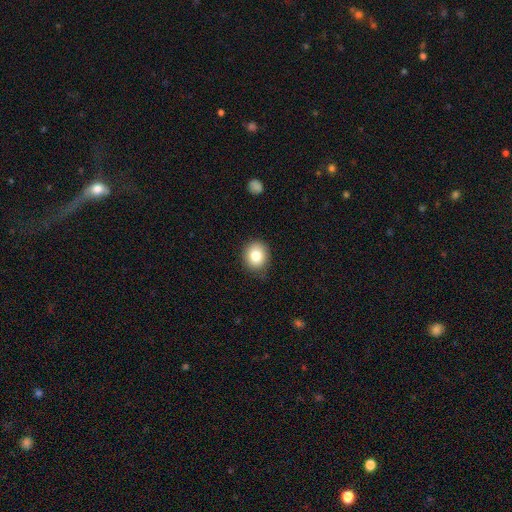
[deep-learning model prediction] smooth 80%, star or artifact 10%, featured or disk 10%. Down the decision tree: how rounded — round (77%); merging — none (82%).